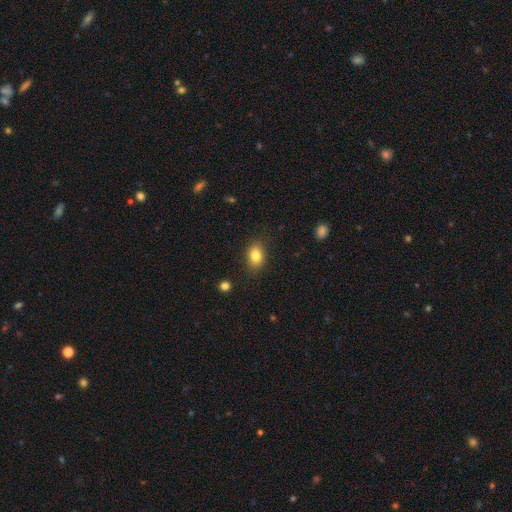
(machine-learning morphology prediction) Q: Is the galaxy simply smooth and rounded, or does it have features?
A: smooth — 82%.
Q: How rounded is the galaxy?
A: in between — 73%.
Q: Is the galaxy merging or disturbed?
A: none — 85%.